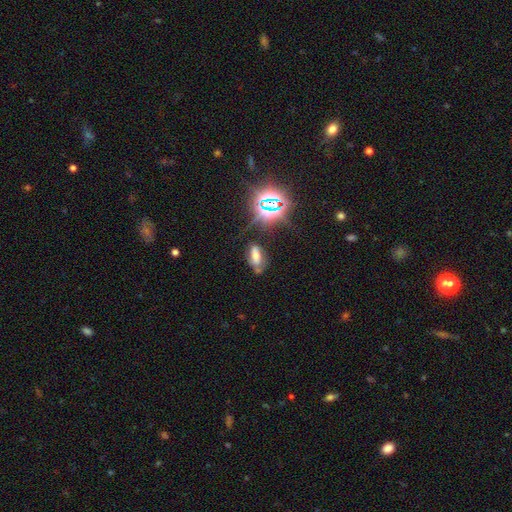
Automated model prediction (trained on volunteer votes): Smooth or featured: smooth — 46% (star or artifact — 32%)
Merging: none — 59% (minor disturbance — 23%)